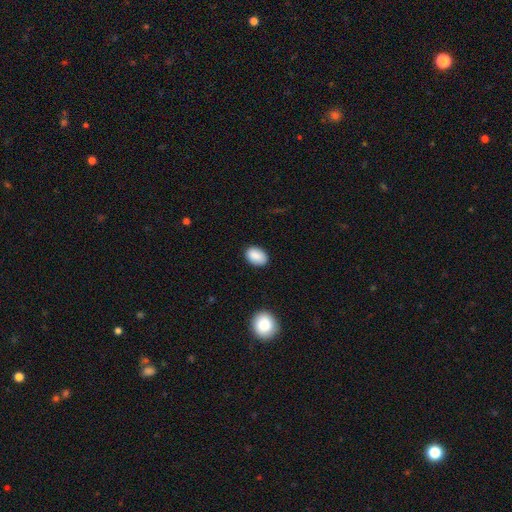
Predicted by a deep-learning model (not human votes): Overall: smooth (89%). How rounded: in between (82%). Merging: none (86%).